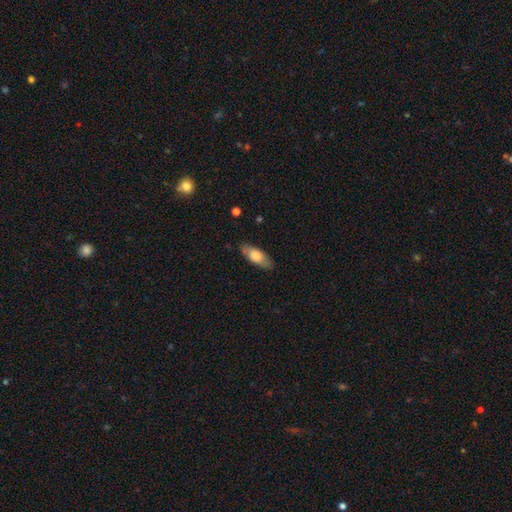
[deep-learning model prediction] smooth_or_featured: smooth (p=0.66) [alt: featured or disk p=0.28]
how_rounded: in between (p=0.74) [alt: cigar-shaped p=0.23]
merging: none (p=0.83) [alt: minor disturbance p=0.13]